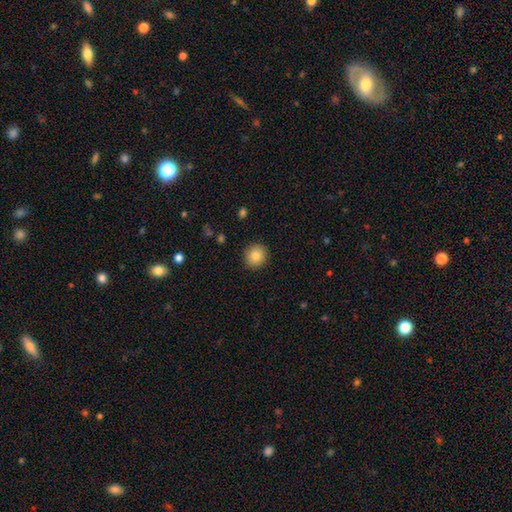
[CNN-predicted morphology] This appears to be a smooth galaxy with no disk features (84%) that is round (89%). Merging: none (91%).